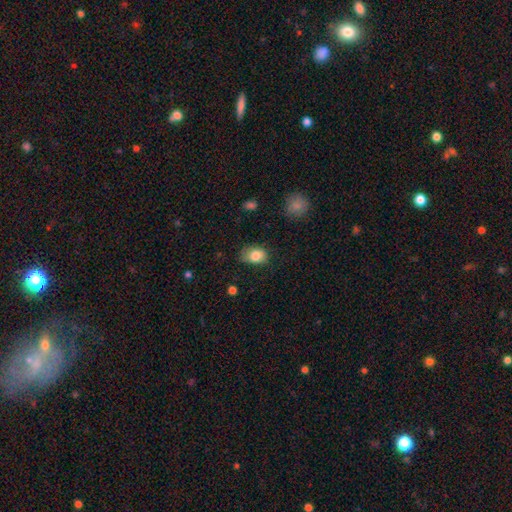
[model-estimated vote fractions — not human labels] smooth_or_featured: smooth (p=0.83) [alt: featured or disk p=0.09]
how_rounded: in between (p=0.69) [alt: round p=0.30]
merging: none (p=0.57) [alt: minor disturbance p=0.33]